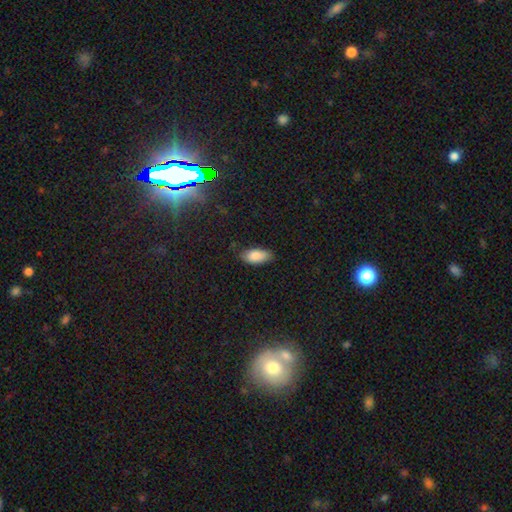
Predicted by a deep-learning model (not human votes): smooth 86%, star or artifact 7%, featured or disk 7%. Down the decision tree: how rounded — in between (90%); merging — none (79%).